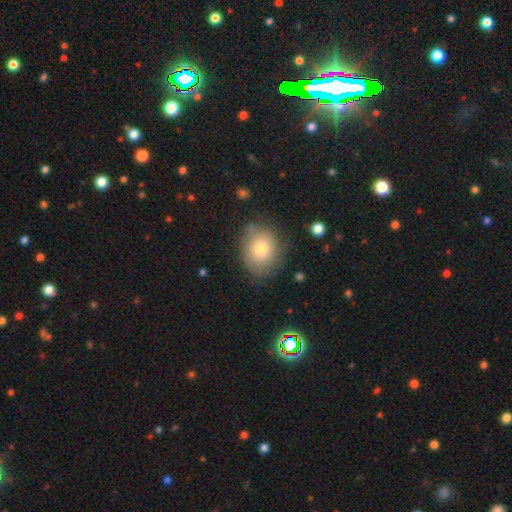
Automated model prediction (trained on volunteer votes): Smooth or featured? Predicted: smooth (p=0.64). How rounded? Predicted: round (p=0.58). Merging? Predicted: none (p=0.76).